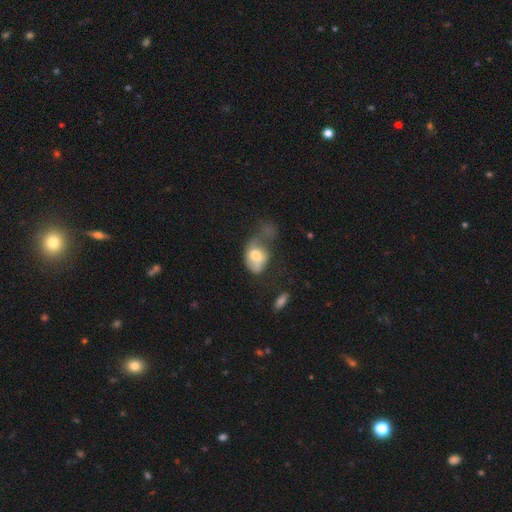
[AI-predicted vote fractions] A smooth galaxy with no disk features (64%) that is in between round and cigar-shaped (74%).

Vote fractions:
- Smooth or featured? smooth: 64% / featured or disk: 28% / star or artifact: 8%
- How rounded? in between: 74% / round: 24% / cigar-shaped: 2%
- Merging? major disturbance: 52% / minor disturbance: 19% / none: 15% / merger: 13%